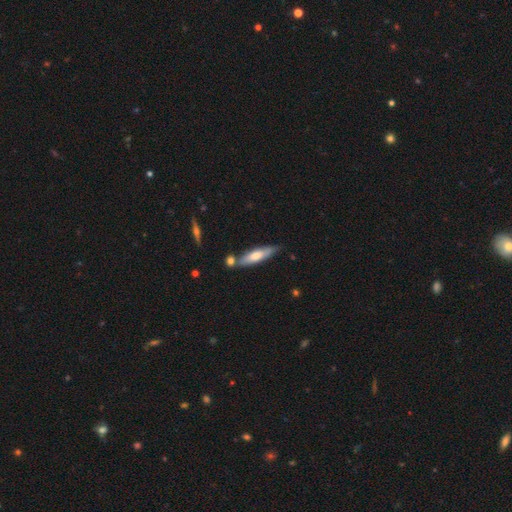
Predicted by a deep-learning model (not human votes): A smooth galaxy with no disk features (59%) that is cigar-shaped (70%). Merging: none (71%).